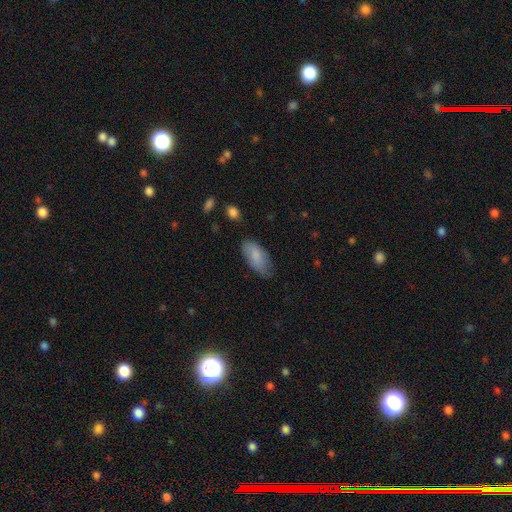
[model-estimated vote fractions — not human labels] A smooth galaxy with no disk features (83%) that is in between round and cigar-shaped (90%). Merging: none (68%).